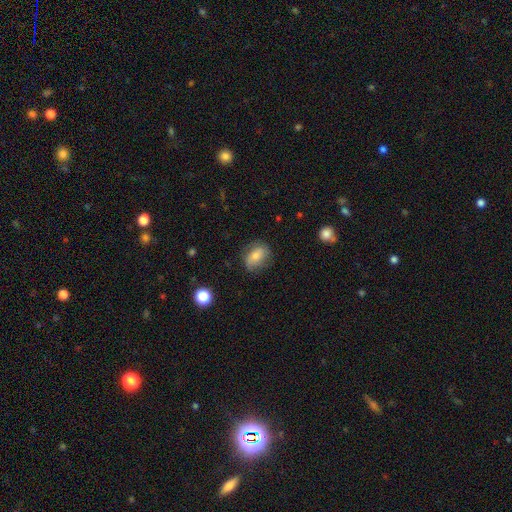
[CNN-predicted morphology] The model was most divided on "how rounded": in between: 71%, round: 27%, cigar-shaped: 2%. More confident: merging — none (71%); smooth or featured — smooth (70%).